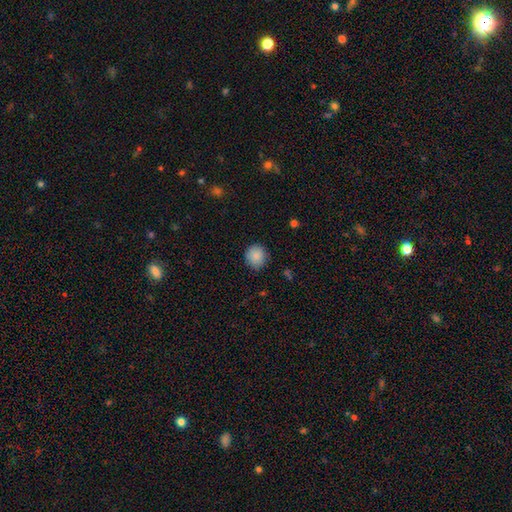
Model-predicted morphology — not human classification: This is clearly a smooth galaxy (87%). How rounded: clearly round (86%). Merging: clearly none (85%).